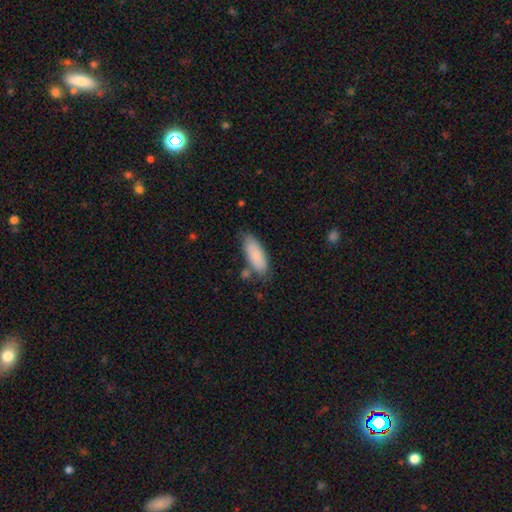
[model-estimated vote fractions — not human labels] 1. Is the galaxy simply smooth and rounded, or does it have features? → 86% smooth, 8% featured or disk, 6% star or artifact.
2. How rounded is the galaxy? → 67% in between, 31% cigar-shaped, 2% round.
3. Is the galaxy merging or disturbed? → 70% none, 20% minor disturbance, 6% merger, 4% major disturbance.